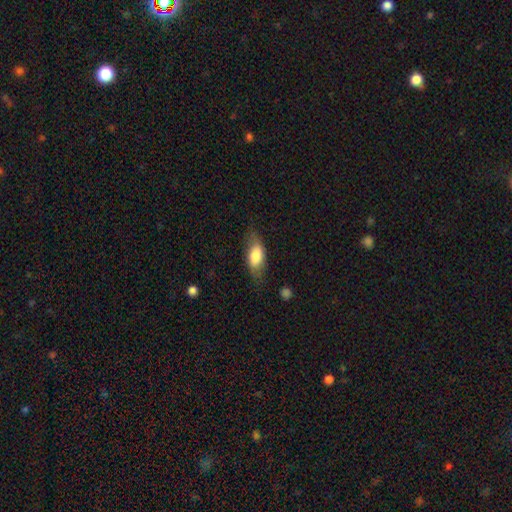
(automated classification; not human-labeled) The model was most divided on "merging": none: 68%, minor disturbance: 22%, major disturbance: 8%, merger: 2%. More confident: how rounded — in between (84%); smooth or featured — smooth (76%).